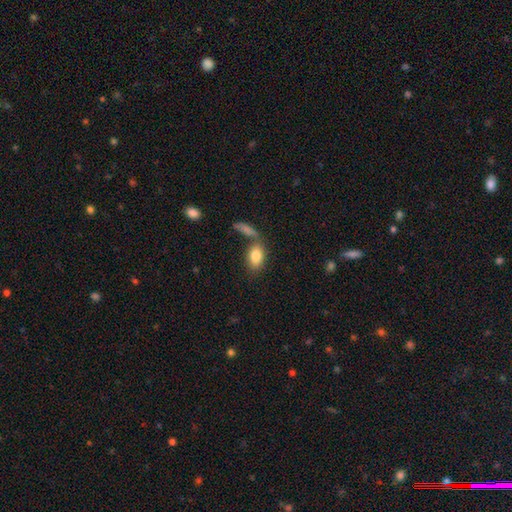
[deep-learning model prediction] Smooth or featured: smooth — 83% (featured or disk — 10%)
How rounded: in between — 87% (round — 10%)
Merging: none — 54% (merger — 28%)